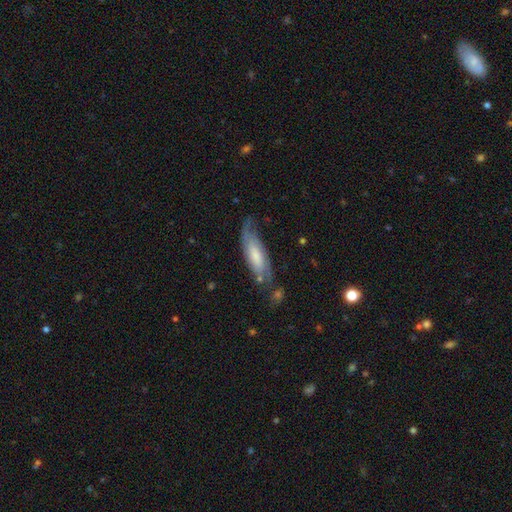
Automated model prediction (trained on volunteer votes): Morphology: type=featured or disk (55%); edge-on=no (78%); merging=none (56%).